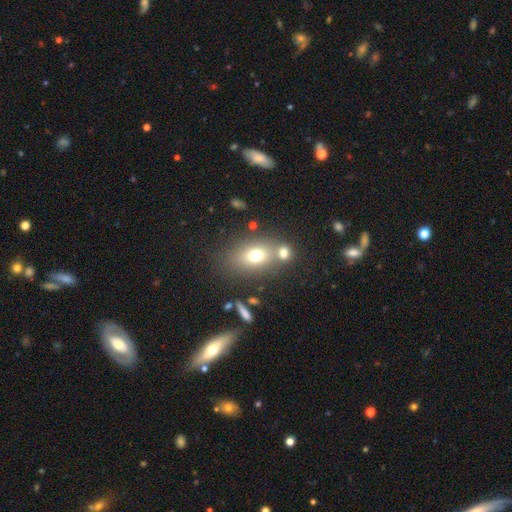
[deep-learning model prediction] The model was most divided on "merging": none: 54%, merger: 29%, minor disturbance: 11%, major disturbance: 6%. More confident: how rounded — in between (73%); smooth or featured — smooth (70%).